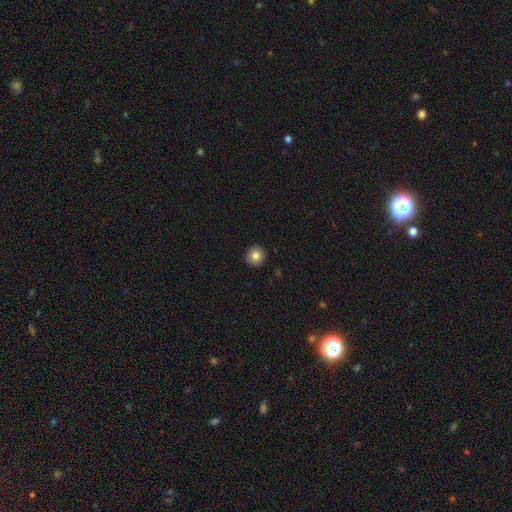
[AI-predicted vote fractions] Morphology: type=smooth (83%); roundness=round (94%); merging=none (92%).